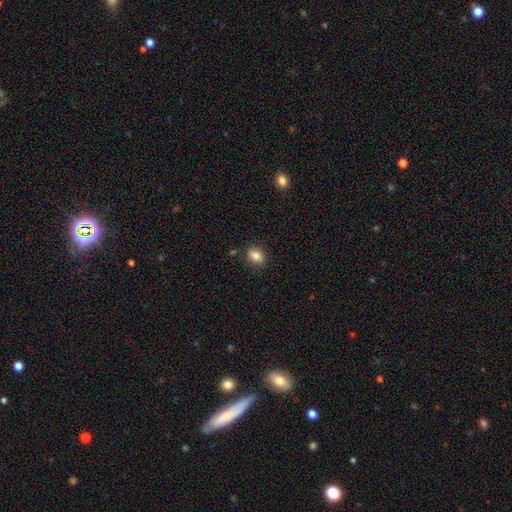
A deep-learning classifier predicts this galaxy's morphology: This is clearly a smooth galaxy (85%). How rounded: likely in between (67%). Merging: clearly none (86%).